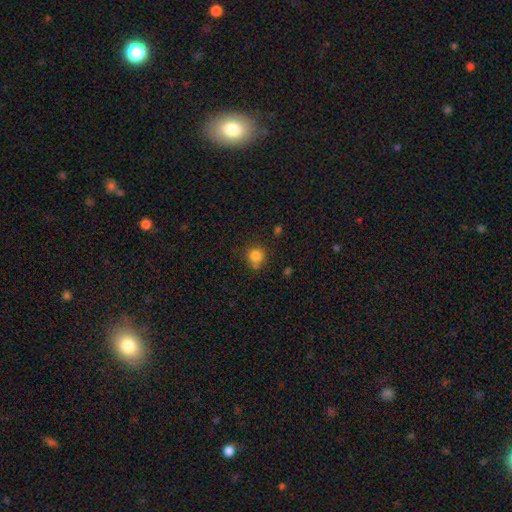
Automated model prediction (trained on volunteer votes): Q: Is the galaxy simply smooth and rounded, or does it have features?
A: smooth — 83%.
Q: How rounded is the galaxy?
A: round — 88%.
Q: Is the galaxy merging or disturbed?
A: none — 69%.